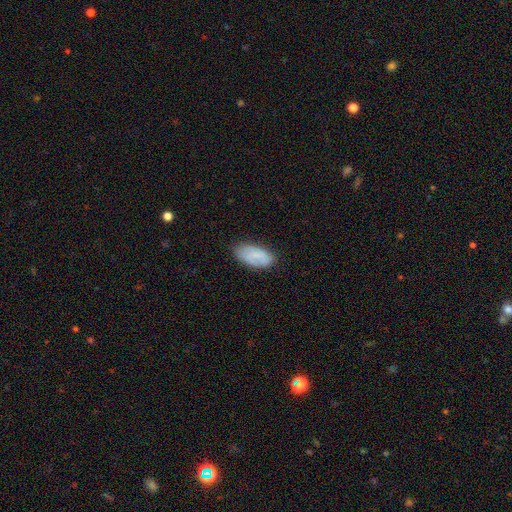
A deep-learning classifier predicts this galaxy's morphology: A smooth galaxy with no disk features (76%) that is in between round and cigar-shaped (93%).

Vote fractions:
- Smooth or featured? smooth: 76% / featured or disk: 17% / star or artifact: 7%
- How rounded? in between: 93% / cigar-shaped: 5% / round: 3%
- Merging? none: 79% / minor disturbance: 17% / major disturbance: 4% / merger: 1%